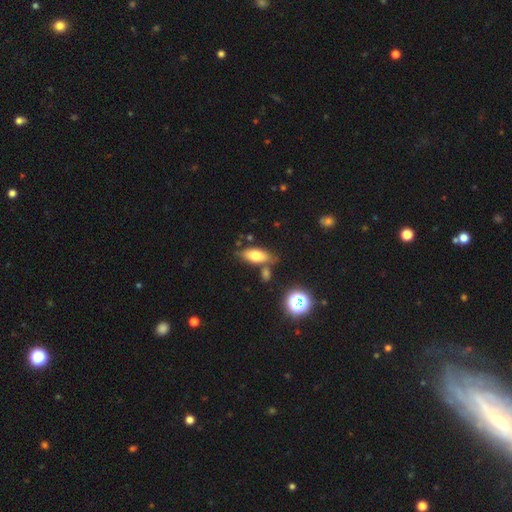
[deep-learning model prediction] Morphology: type=smooth (71%); roundness=in between (82%); merging=none (68%).